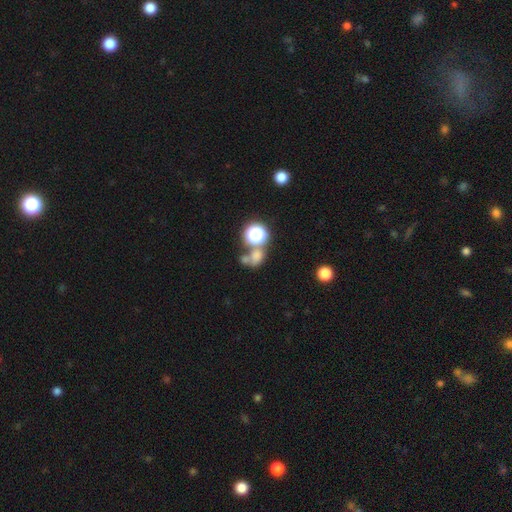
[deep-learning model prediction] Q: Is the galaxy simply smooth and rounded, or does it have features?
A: smooth — 61%.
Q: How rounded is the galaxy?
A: round — 61%.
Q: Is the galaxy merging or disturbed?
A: merger — 45%.